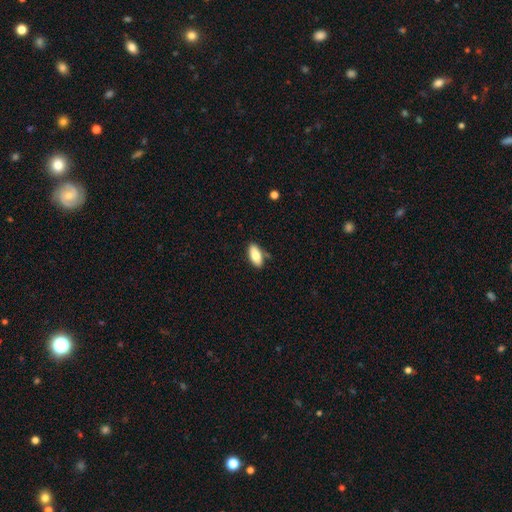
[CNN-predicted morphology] This is likely a smooth galaxy (79%). How rounded: clearly in between (88%). Merging: likely none (79%).